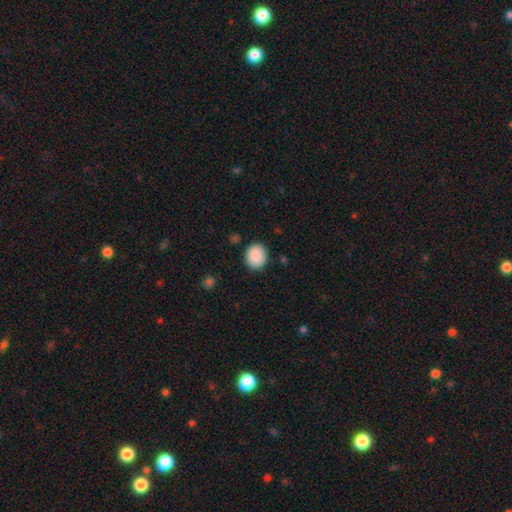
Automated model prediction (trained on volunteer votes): Smooth or featured: smooth — 89% (star or artifact — 7%)
How rounded: round — 70% (in between — 29%)
Merging: none — 88% (minor disturbance — 8%)